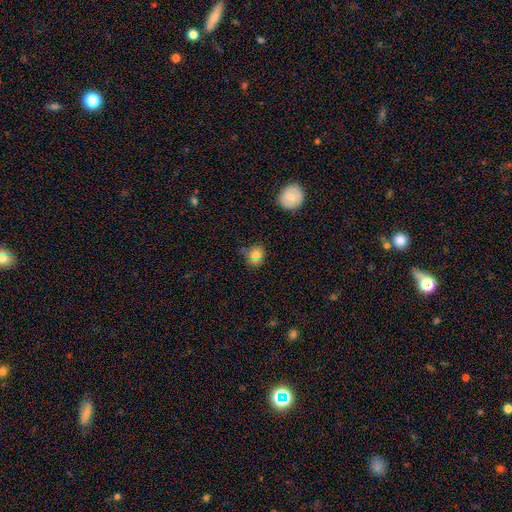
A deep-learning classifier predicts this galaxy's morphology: A smooth galaxy with no disk features (80%) that is round (74%). Merging: none (73%).